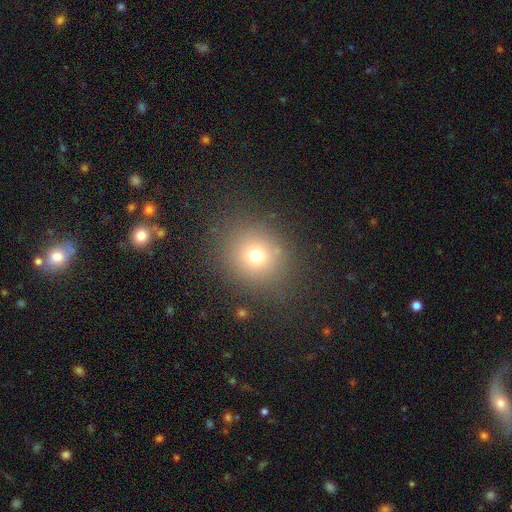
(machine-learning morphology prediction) smooth_or_featured: smooth (p=0.70) [alt: star or artifact p=0.19]
how_rounded: round (p=0.83) [alt: in between p=0.16]
merging: none (p=0.83) [alt: minor disturbance p=0.10]